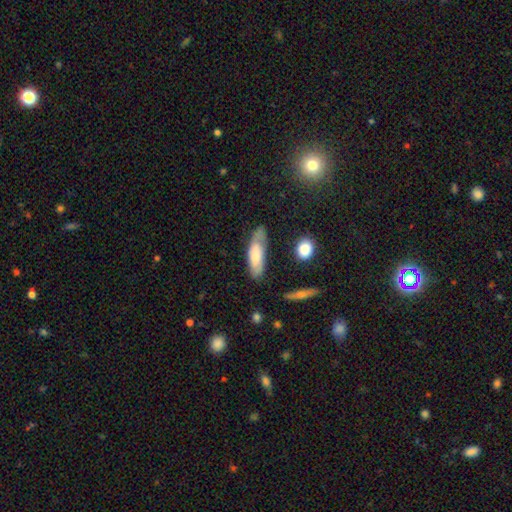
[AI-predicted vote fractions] Morphology: type=smooth (65%); roundness=in between (54%); merging=none (56%).